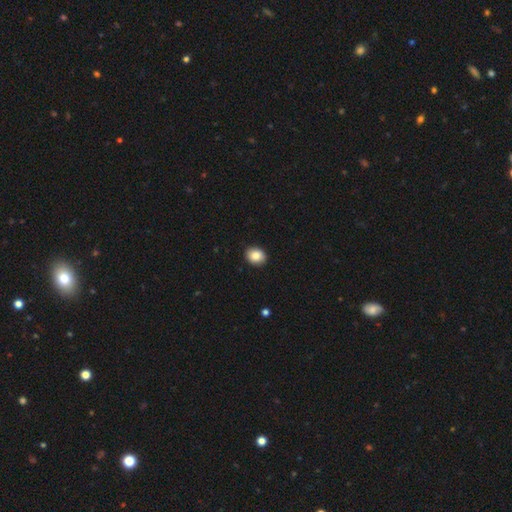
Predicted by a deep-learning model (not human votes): Smooth or featured?
  - smooth: 87% *
  - star or artifact: 8%
  - featured or disk: 5%
How rounded?
  - round: 54% *
  - in between: 46%
  - cigar-shaped: 1%
Merging?
  - none: 92% *
  - minor disturbance: 6%
  - major disturbance: 1%
  - merger: 1%